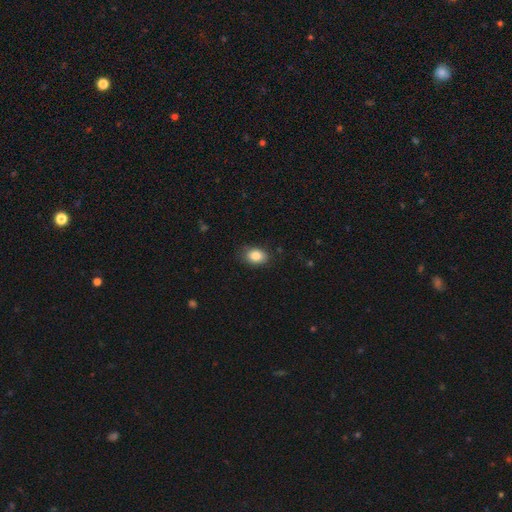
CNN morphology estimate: A smooth galaxy with no disk features (85%) that is in between round and cigar-shaped (78%). Merging: none (81%).